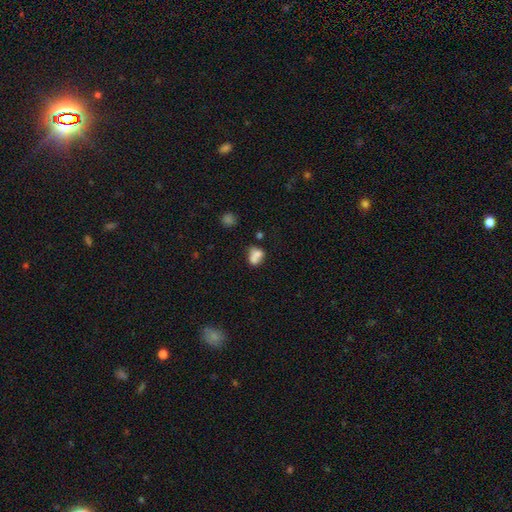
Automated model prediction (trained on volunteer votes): The model was most divided on "merging": merger: 47%, none: 30%, minor disturbance: 15%, major disturbance: 8%. More confident: smooth or featured — smooth (73%); how rounded — in between (61%).